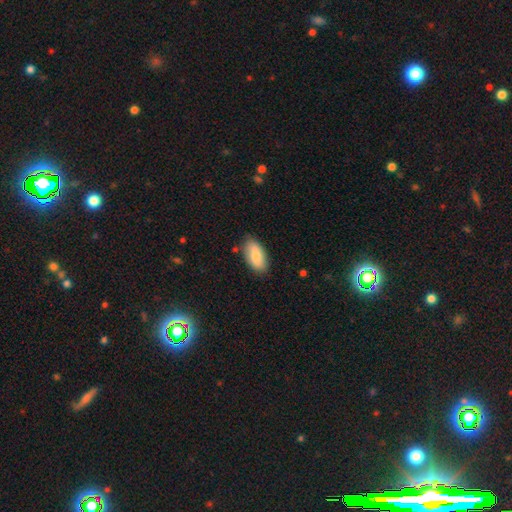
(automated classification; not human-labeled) smooth-or-featured: smooth: 81% | featured or disk: 13% | star or artifact: 6%
  how-rounded: in between: 92% | cigar-shaped: 5% | round: 3%
  merging: none: 81% | minor disturbance: 15% | major disturbance: 3% | merger: 2%